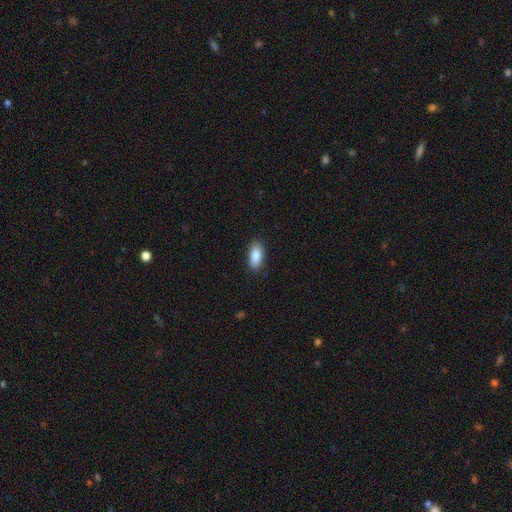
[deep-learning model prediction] smooth-or-featured: smooth: 86% | featured or disk: 7% | star or artifact: 7%
  how-rounded: in between: 89% | cigar-shaped: 8% | round: 3%
  merging: none: 87% | minor disturbance: 10% | major disturbance: 2% | merger: 1%